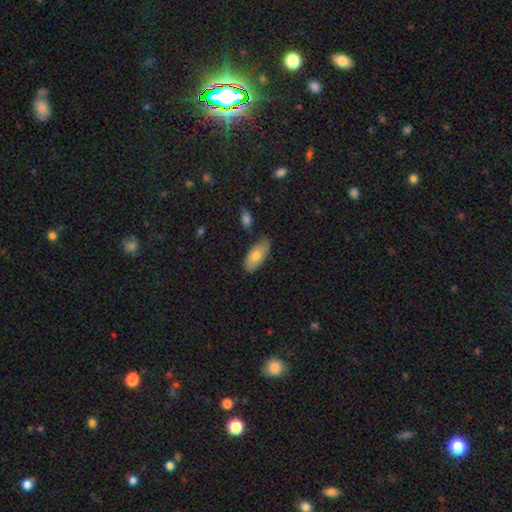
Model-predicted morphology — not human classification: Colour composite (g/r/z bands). It shows a smooth galaxy with no disk features (73%) that is in between round and cigar-shaped (88%). Merging: none (77%).